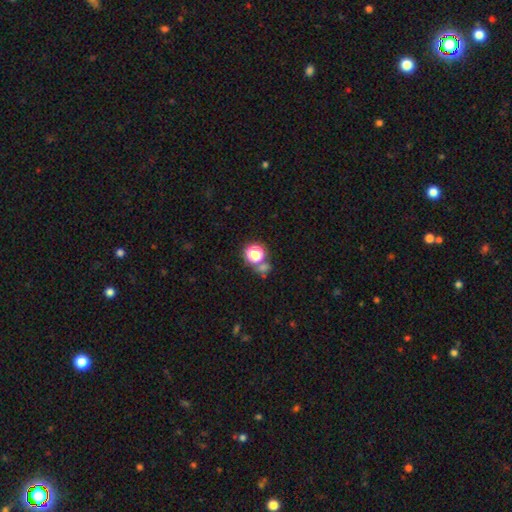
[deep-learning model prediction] Overall: star or artifact (55%; smooth 37%).